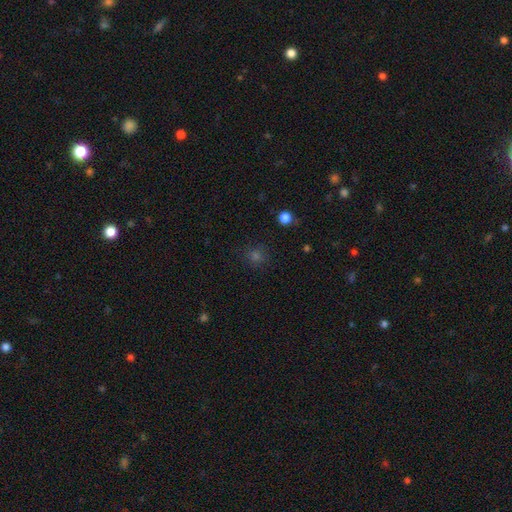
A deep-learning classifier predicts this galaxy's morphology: smooth-or-featured: smooth: 63% | star or artifact: 31% | featured or disk: 6%
  how-rounded: round: 90% | in between: 9% | cigar-shaped: 1%
  merging: none: 88% | minor disturbance: 7% | major disturbance: 3% | merger: 1%